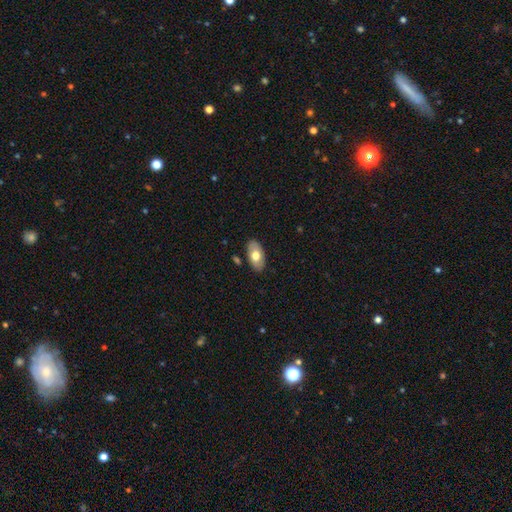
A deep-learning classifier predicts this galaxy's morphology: This is likely a smooth galaxy (68%). How rounded: clearly in between (94%). Merging: clearly none (85%).